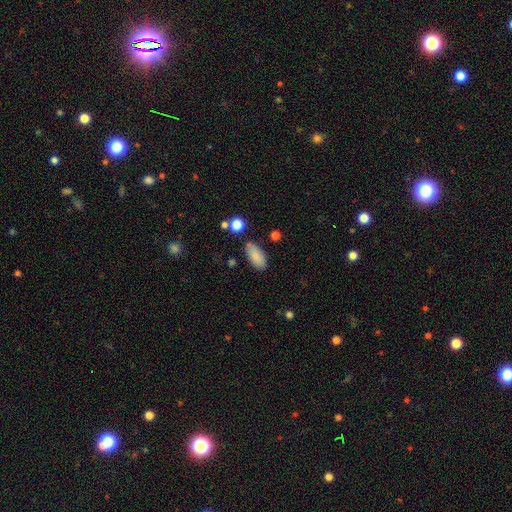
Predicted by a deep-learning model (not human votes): smooth-or-featured: smooth: 87% | star or artifact: 7% | featured or disk: 6%
  how-rounded: in between: 90% | cigar-shaped: 8% | round: 3%
  merging: none: 80% | minor disturbance: 13% | merger: 4% | major disturbance: 3%